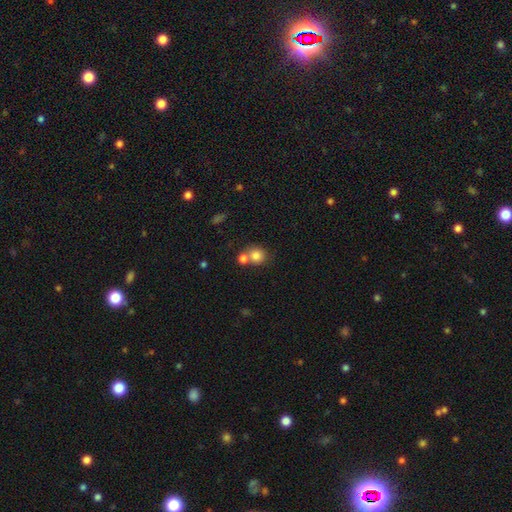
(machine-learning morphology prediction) Smooth or featured? smooth (81%)
How rounded? round (84%)
Merging? none (51%)